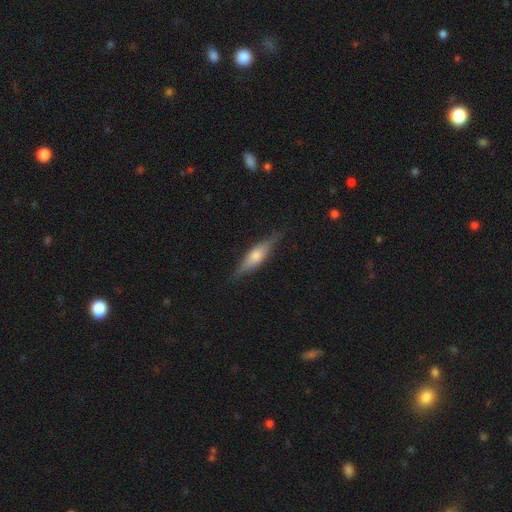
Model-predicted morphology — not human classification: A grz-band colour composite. It shows a featured or disk galaxy (62%) viewed edge-on (95%) with a rounded central bulge (82%). Merging: none (85%).